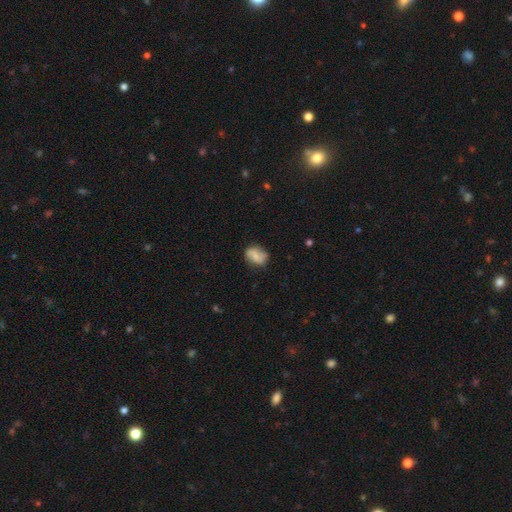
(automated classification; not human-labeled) This appears to be a smooth galaxy with no disk features (54%) that is in between round and cigar-shaped (64%). Merging: none (70%).